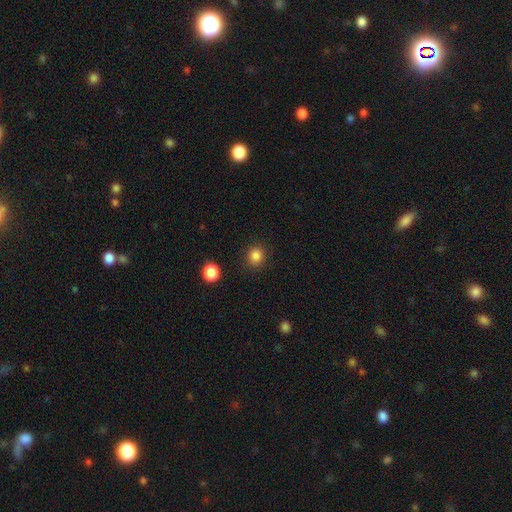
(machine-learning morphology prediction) Overall: smooth (85%). How rounded: round (83%). Merging: none (89%).